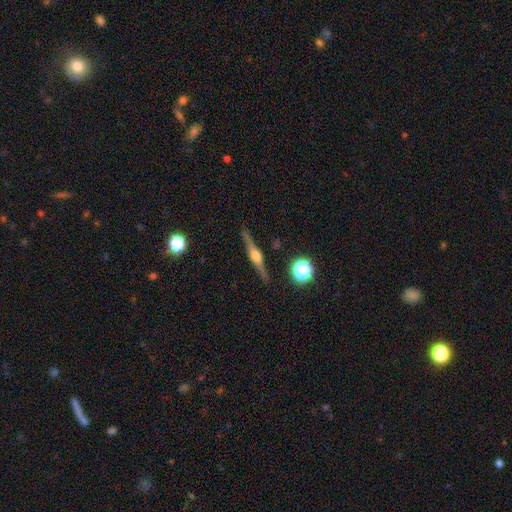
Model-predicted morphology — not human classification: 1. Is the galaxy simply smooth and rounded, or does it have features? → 79% featured or disk, 14% smooth, 7% star or artifact.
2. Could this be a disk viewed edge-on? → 98% yes, 2% no.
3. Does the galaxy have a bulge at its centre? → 91% rounded, 7% boxy, 2% none.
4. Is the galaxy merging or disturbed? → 88% none, 8% minor disturbance, 2% major disturbance, 1% merger.